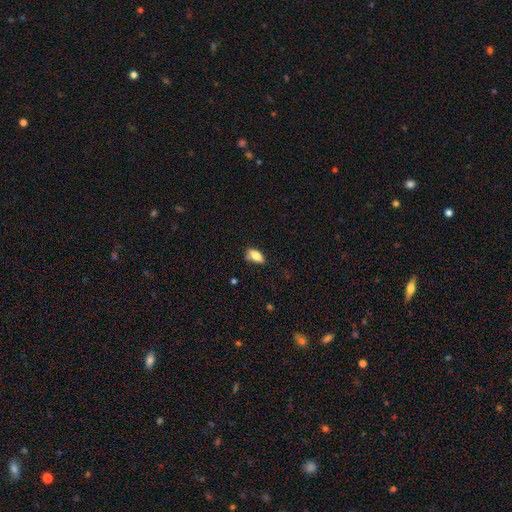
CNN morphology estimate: Smooth or featured? Predicted: smooth (p=0.80). How rounded? Predicted: in between (p=0.86). Merging? Predicted: none (p=0.62).